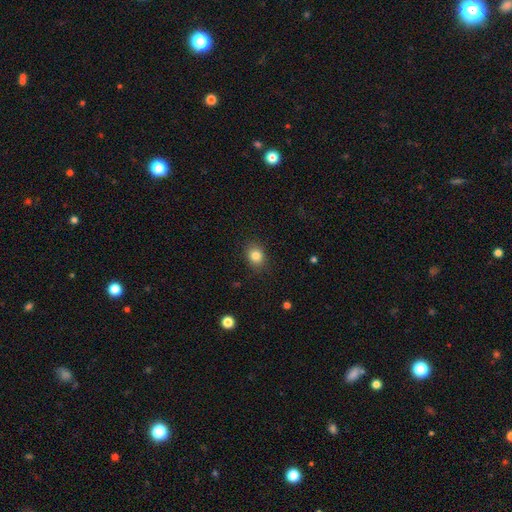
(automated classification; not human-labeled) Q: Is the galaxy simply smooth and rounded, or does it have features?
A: smooth — 83%.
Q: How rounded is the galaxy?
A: round — 55%.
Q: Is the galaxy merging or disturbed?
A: none — 86%.